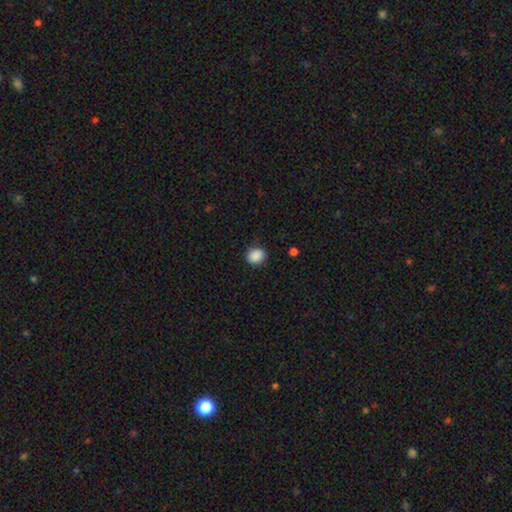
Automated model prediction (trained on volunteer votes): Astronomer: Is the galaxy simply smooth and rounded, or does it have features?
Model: smooth — 89%.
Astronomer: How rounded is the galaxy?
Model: round — 67%.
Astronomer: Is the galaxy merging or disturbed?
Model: none — 85%.